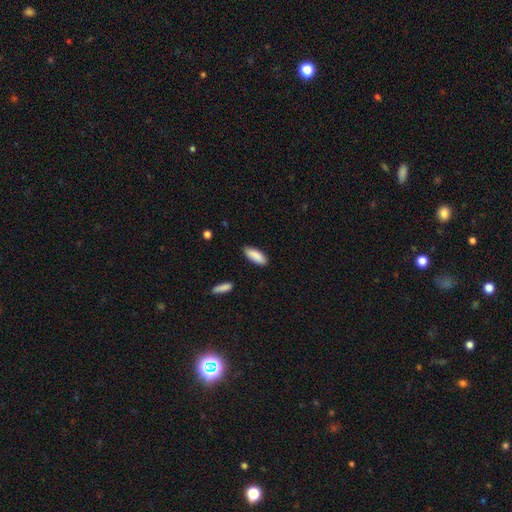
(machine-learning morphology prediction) Smooth or featured?
  - smooth: 89% *
  - star or artifact: 6%
  - featured or disk: 5%
How rounded?
  - in between: 73% *
  - cigar-shaped: 26%
  - round: 2%
Merging?
  - none: 86% *
  - minor disturbance: 10%
  - major disturbance: 2%
  - merger: 2%